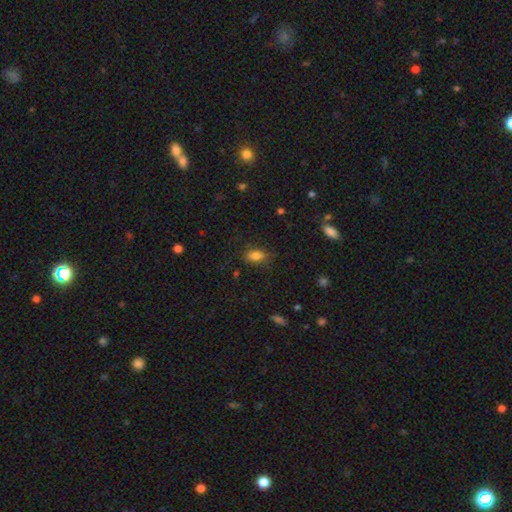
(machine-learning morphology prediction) Smooth or featured: smooth — 82% (star or artifact — 11%)
How rounded: in between — 86% (round — 7%)
Merging: none — 79% (minor disturbance — 15%)